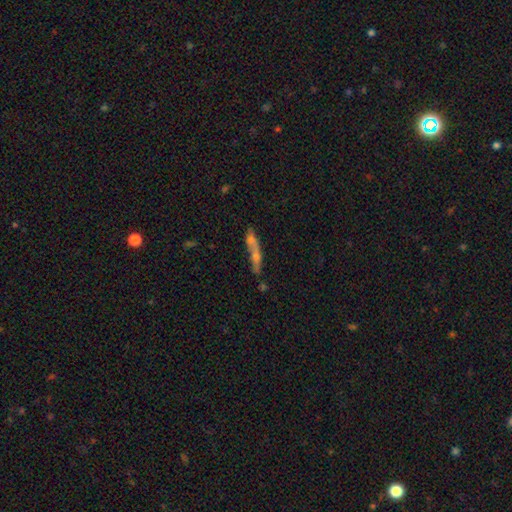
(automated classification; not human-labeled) Overall: smooth (46%; featured or disk 41%). Merging: none (39%; merger 36%).